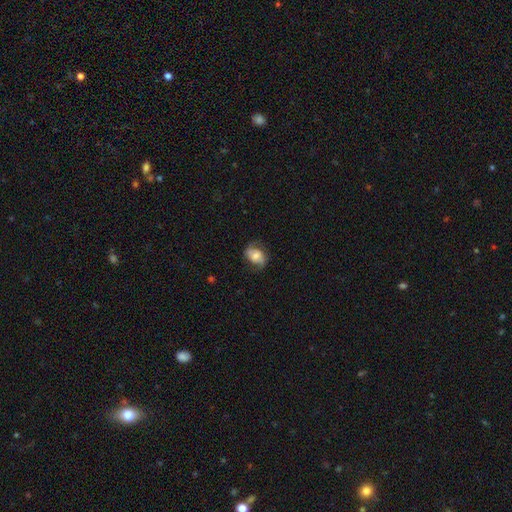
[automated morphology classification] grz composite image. It shows a featured or disk galaxy (50%). Merging: none (67%).